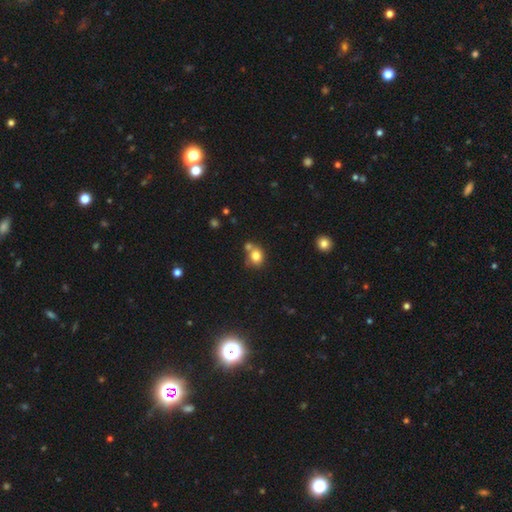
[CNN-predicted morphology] Smooth or featured? Predicted: smooth (p=0.80). How rounded? Predicted: round (p=0.63). Merging? Predicted: none (p=0.50).